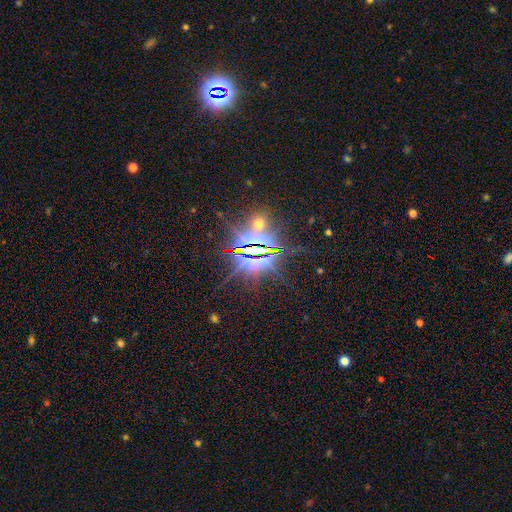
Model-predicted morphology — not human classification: A star or artifact, not a galaxy (81%).